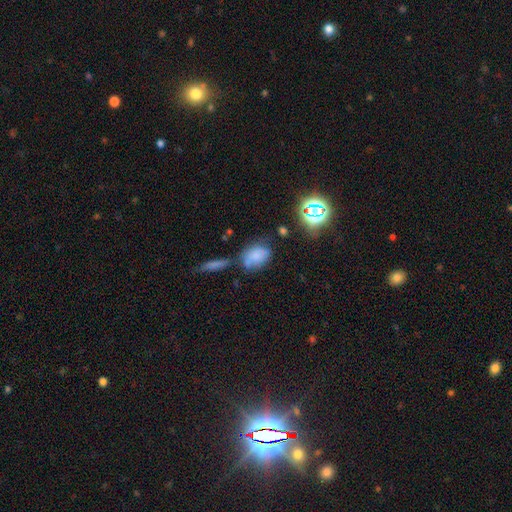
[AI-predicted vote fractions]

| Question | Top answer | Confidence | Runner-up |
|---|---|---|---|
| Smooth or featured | smooth | 73% | featured or disk (14%) |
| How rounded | in between | 78% | round (20%) |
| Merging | none | 46% | minor disturbance (24%) |